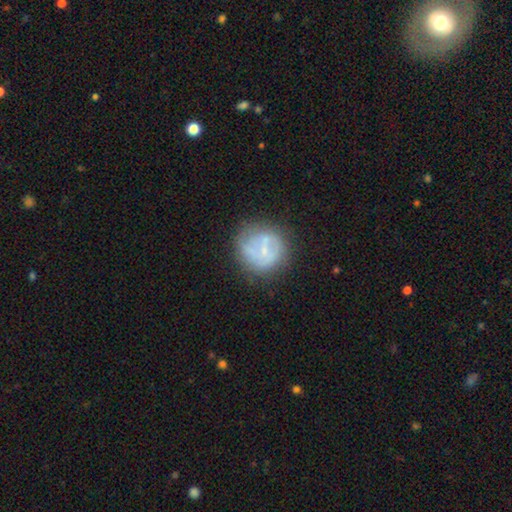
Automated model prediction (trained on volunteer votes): Smooth or featured? Predicted: featured or disk (p=0.50). Edge-on disk? Predicted: no (p=0.98). Merging? Predicted: none (p=0.63).